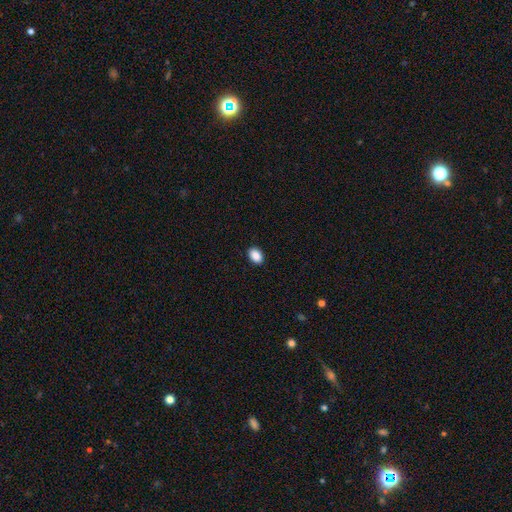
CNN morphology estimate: Smooth or featured: smooth — 90% (star or artifact — 7%)
How rounded: in between — 85% (round — 14%)
Merging: none — 90% (minor disturbance — 7%)